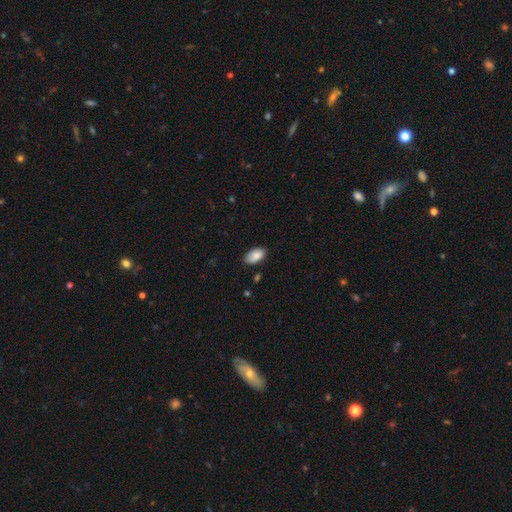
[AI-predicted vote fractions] The model was most divided on "merging": none: 80%, minor disturbance: 16%, major disturbance: 3%, merger: 1%. More confident: how rounded — in between (95%); smooth or featured — smooth (87%).